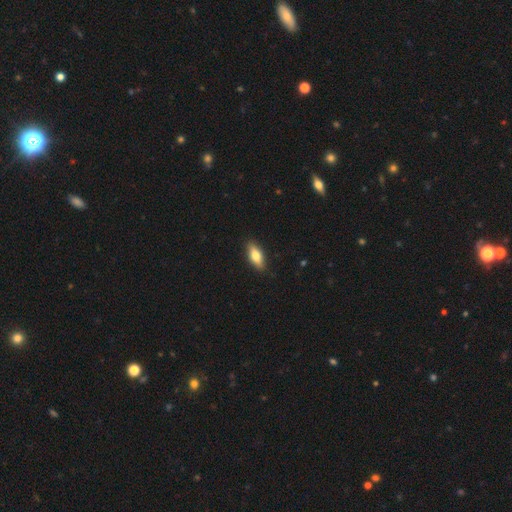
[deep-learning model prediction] This is likely a smooth galaxy (74%). How rounded: likely in between (75%). Merging: clearly none (88%).